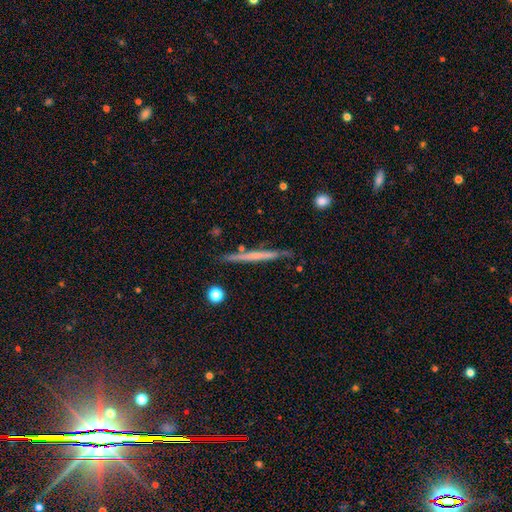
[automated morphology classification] smooth_or_featured: featured or disk (p=0.54) [alt: smooth p=0.39]
disk_edge_on: yes (p=0.96) [alt: no p=0.04]
edge_on_bulge: none (p=0.82) [alt: rounded p=0.12]
merging: none (p=0.85) [alt: minor disturbance p=0.10]